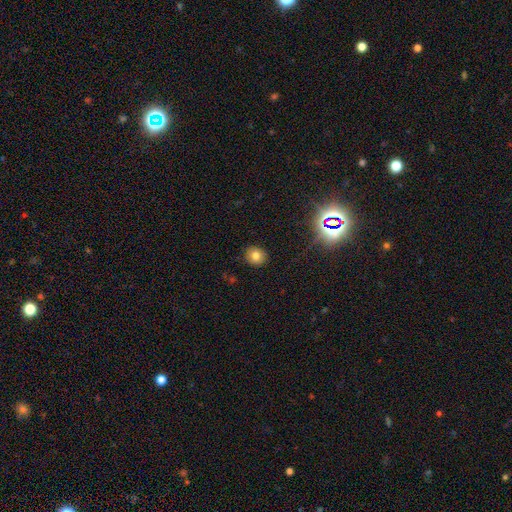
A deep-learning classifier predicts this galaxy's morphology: A smooth galaxy with no disk features (76%) that is round (85%).

Vote fractions:
- Smooth or featured? smooth: 76% / star or artifact: 15% / featured or disk: 9%
- How rounded? round: 85% / in between: 14% / cigar-shaped: 1%
- Merging? none: 90% / minor disturbance: 7% / major disturbance: 2% / merger: 1%